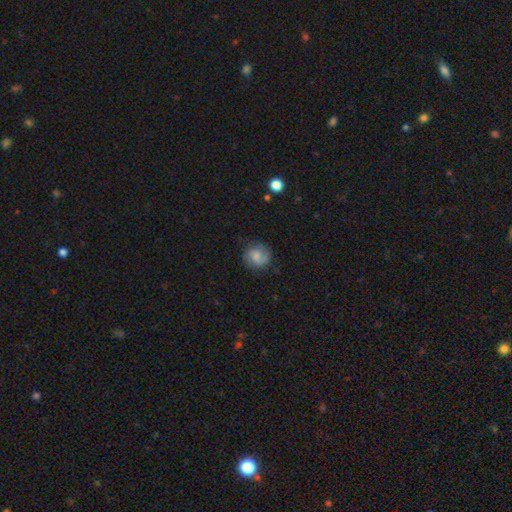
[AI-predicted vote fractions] smooth 49%, featured or disk 41%, star or artifact 10%. Down the decision tree: merging — none (78%).